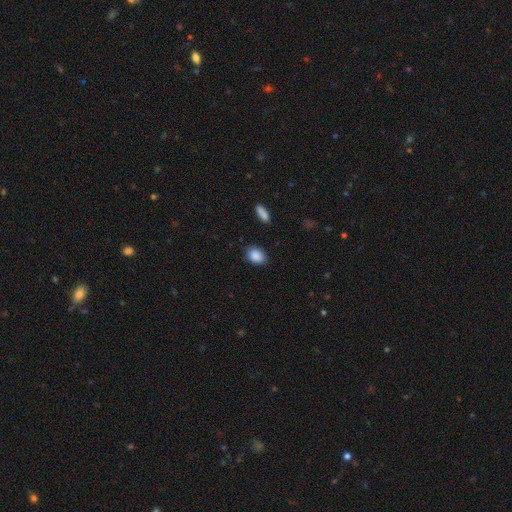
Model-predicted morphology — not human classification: Smooth or featured? Predicted: smooth (p=0.88). How rounded? Predicted: in between (p=0.73). Merging? Predicted: none (p=0.84).